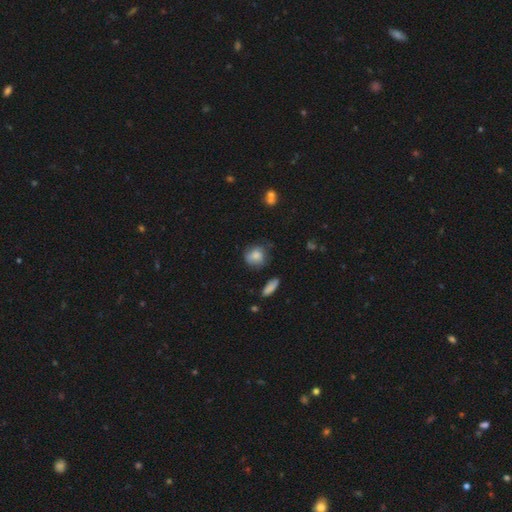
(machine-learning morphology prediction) Smooth or featured? smooth (77%)
How rounded? round (67%)
Merging? none (57%)